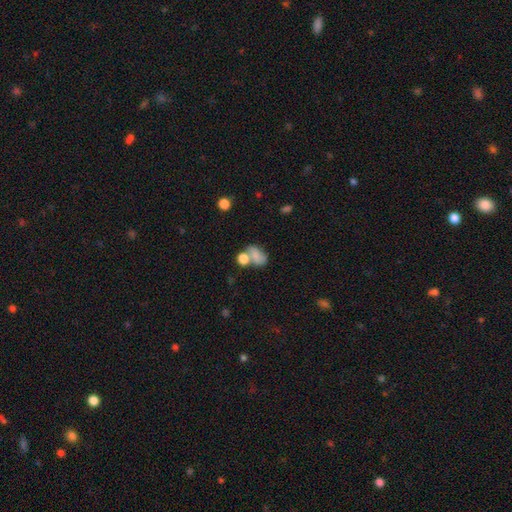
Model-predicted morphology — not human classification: type=smooth (69%); roundness=in between (74%); merging=merger (43%).